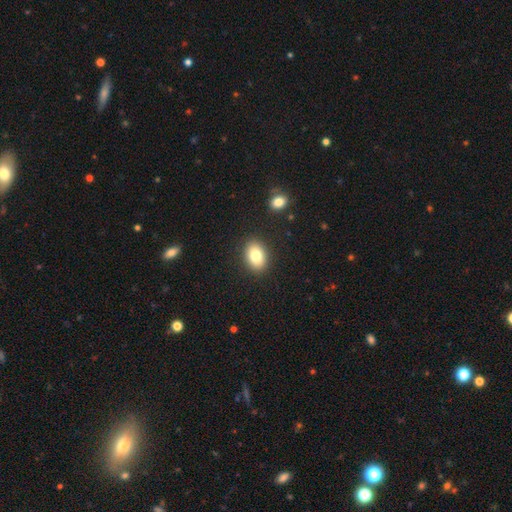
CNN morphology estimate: The model was most divided on "how rounded": in between: 80%, round: 19%, cigar-shaped: 1%. More confident: merging — none (89%); smooth or featured — smooth (80%).